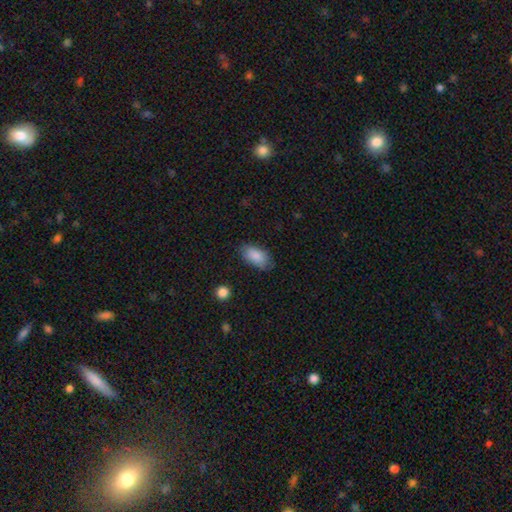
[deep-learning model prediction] smooth-or-featured: smooth: 87% | star or artifact: 7% | featured or disk: 6%
  how-rounded: in between: 93% | cigar-shaped: 4% | round: 3%
  merging: none: 79% | minor disturbance: 16% | major disturbance: 4% | merger: 1%